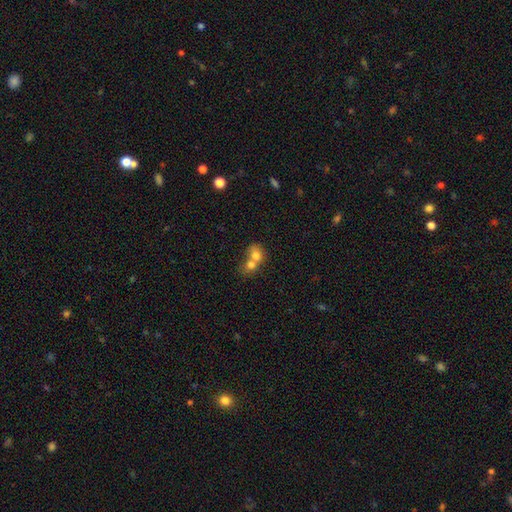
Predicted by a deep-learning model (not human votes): Q: Smooth or featured?
A: smooth (72%); runner-up: featured or disk (18%)
Q: How rounded?
A: round (61%); runner-up: in between (38%)
Q: Merging?
A: merger (75%); runner-up: none (18%)